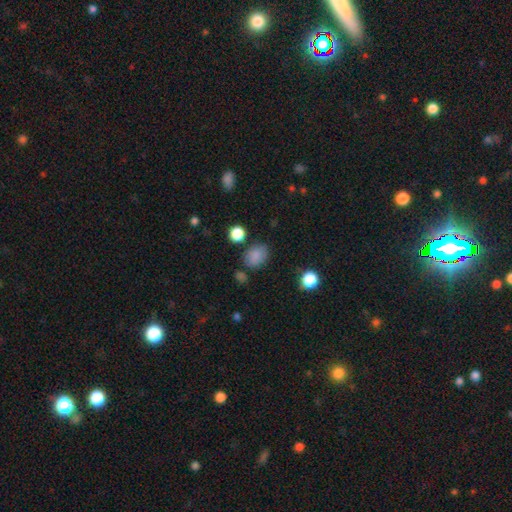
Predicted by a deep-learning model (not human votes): Smooth or featured?
  - smooth: 84% *
  - star or artifact: 11%
  - featured or disk: 5%
How rounded?
  - in between: 63% *
  - round: 36%
  - cigar-shaped: 1%
Merging?
  - none: 75% *
  - minor disturbance: 15%
  - merger: 5%
  - major disturbance: 4%